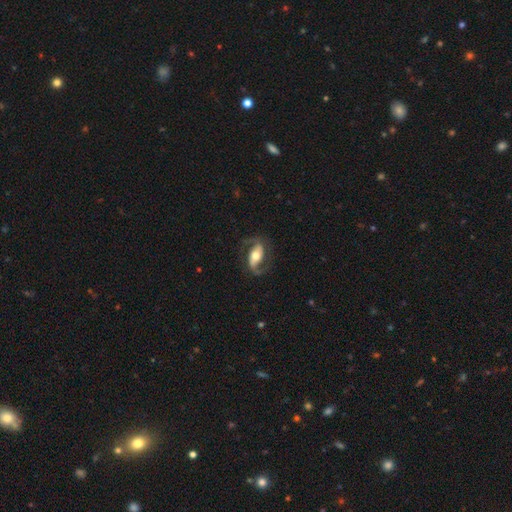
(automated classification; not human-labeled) featured or disk 81%, smooth 14%, star or artifact 5%. Down the decision tree: edge-on disk — no (94%); bar — strong (41%); spiral arms — yes (92%); spiral arm count — 2 (91%); spiral winding — medium (45%); bulge size — moderate (65%); merging — none (74%).